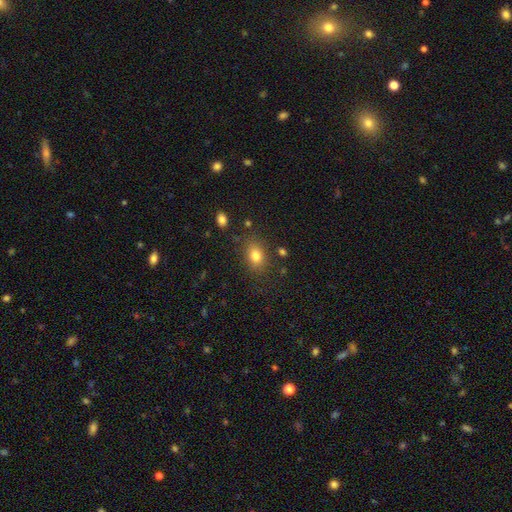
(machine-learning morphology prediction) type=smooth (80%); roundness=in between (71%); merging=none (81%).